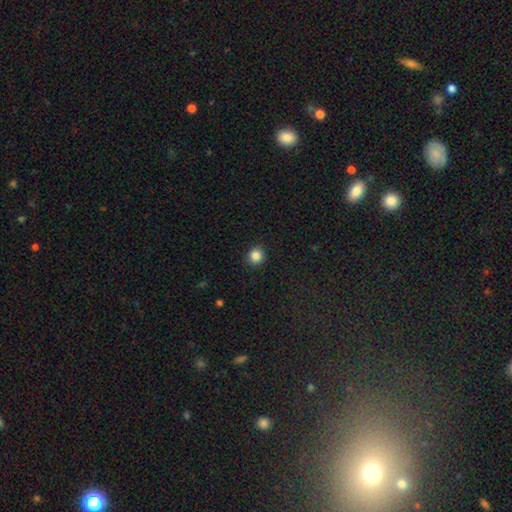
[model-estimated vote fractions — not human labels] This is clearly a smooth galaxy (86%). How rounded: clearly round (90%). Merging: clearly none (92%).